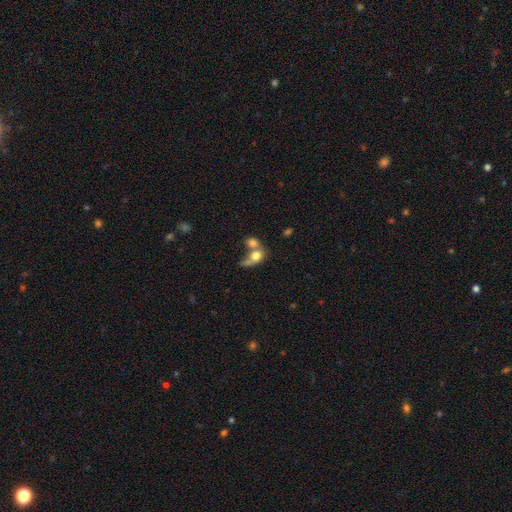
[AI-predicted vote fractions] Smooth or featured? smooth (69%)
How rounded? in between (56%)
Merging? merger (66%)